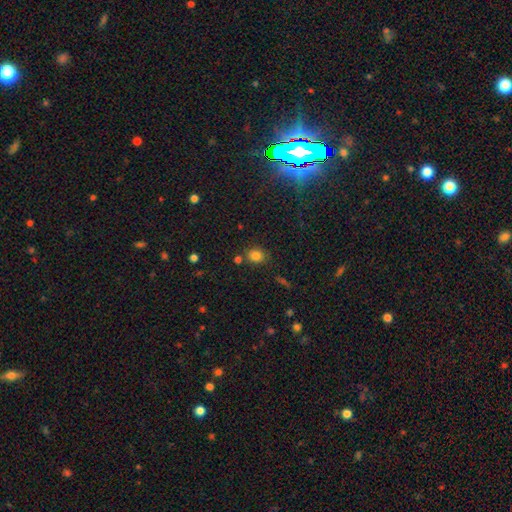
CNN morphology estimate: Smooth or featured: smooth — 81% (star or artifact — 13%)
How rounded: round — 61% (in between — 38%)
Merging: none — 76% (minor disturbance — 12%)